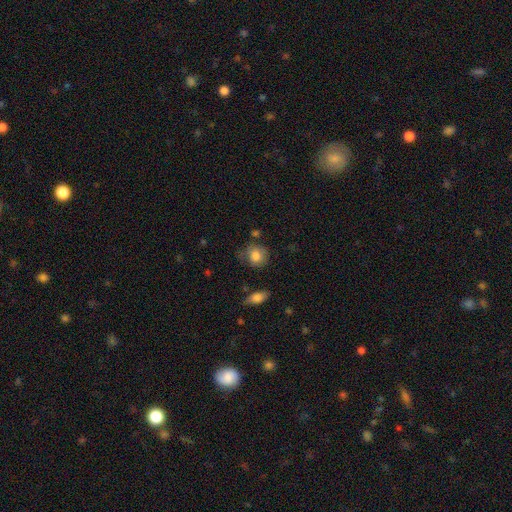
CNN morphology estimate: smooth-or-featured: smooth: 81% | featured or disk: 11% | star or artifact: 8%
  how-rounded: round: 76% | in between: 23% | cigar-shaped: 1%
  merging: none: 64% | minor disturbance: 25% | major disturbance: 7% | merger: 4%